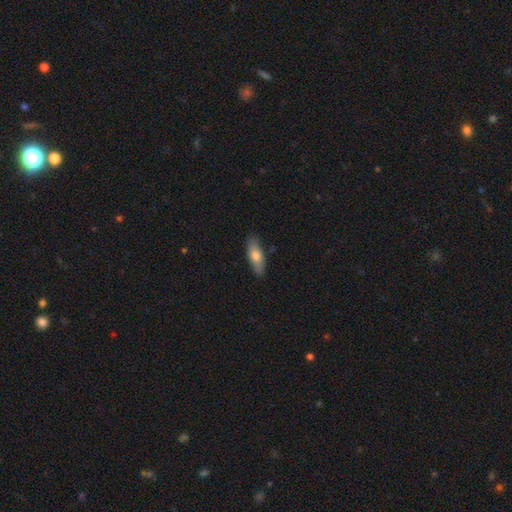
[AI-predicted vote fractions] Overall: smooth (70%). How rounded: in between (66%; cigar-shaped 32%). Merging: none (87%).